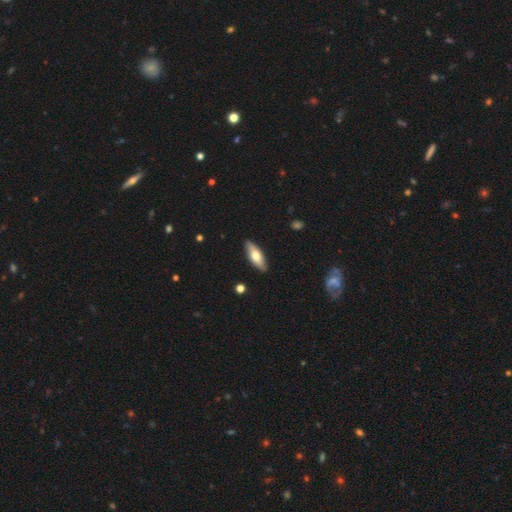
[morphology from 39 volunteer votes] A smooth galaxy with no disk features (67%) that is in between round and cigar-shaped (62%). Merging: none (76%).